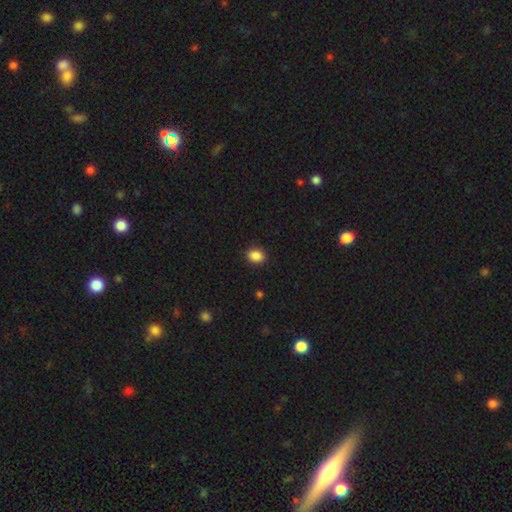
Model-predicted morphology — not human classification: A smooth galaxy with no disk features (88%) that is round (52%).

Vote fractions:
- Smooth or featured? smooth: 88% / star or artifact: 9% / featured or disk: 3%
- How rounded? round: 52% / in between: 47% / cigar-shaped: 1%
- Merging? none: 91% / minor disturbance: 6% / major disturbance: 2% / merger: 1%